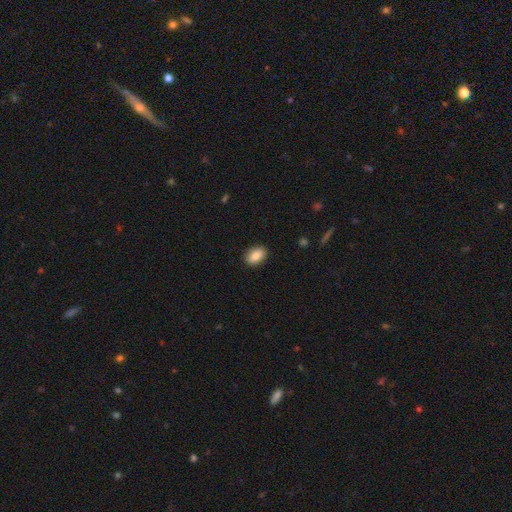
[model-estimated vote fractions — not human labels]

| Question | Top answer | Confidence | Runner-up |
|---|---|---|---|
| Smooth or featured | smooth | 88% | star or artifact (7%) |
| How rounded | in between | 88% | round (10%) |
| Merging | none | 89% | minor disturbance (8%) |